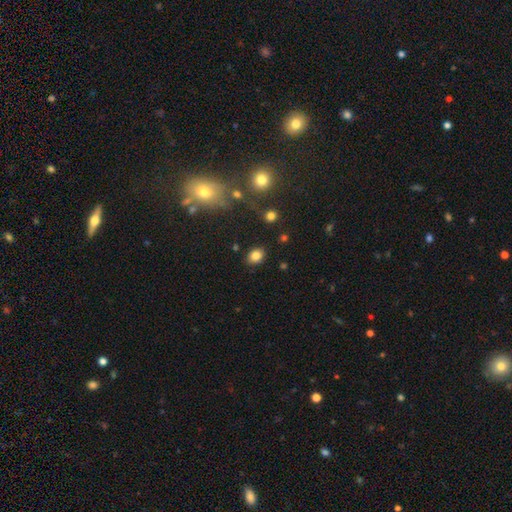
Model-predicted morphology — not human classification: This is clearly a smooth galaxy (81%). How rounded: possibly in between (60%). Merging: clearly none (86%).